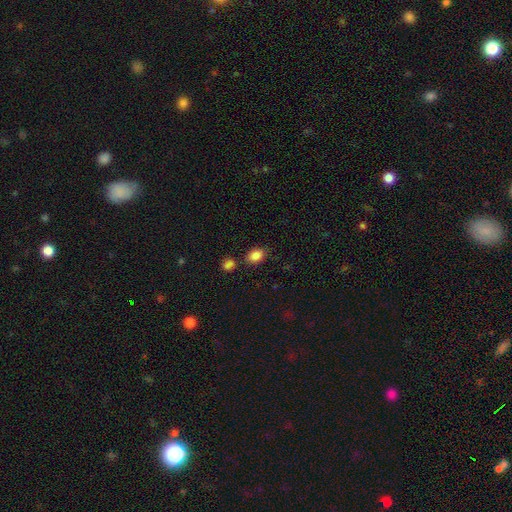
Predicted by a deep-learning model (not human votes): A smooth galaxy with no disk features (86%) that is in between round and cigar-shaped (80%). Merging: none (78%).